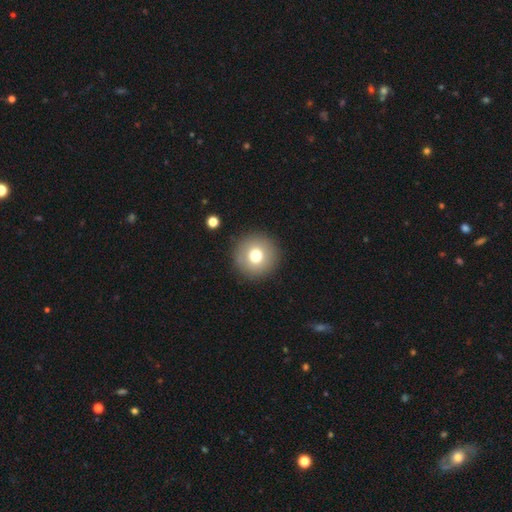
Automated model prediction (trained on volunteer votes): A smooth galaxy with no disk features (74%) that is round (96%).

Vote fractions:
- Smooth or featured? smooth: 74% / featured or disk: 16% / star or artifact: 11%
- How rounded? round: 96% / in between: 3% / cigar-shaped: 1%
- Merging? none: 90% / minor disturbance: 6% / major disturbance: 2% / merger: 1%